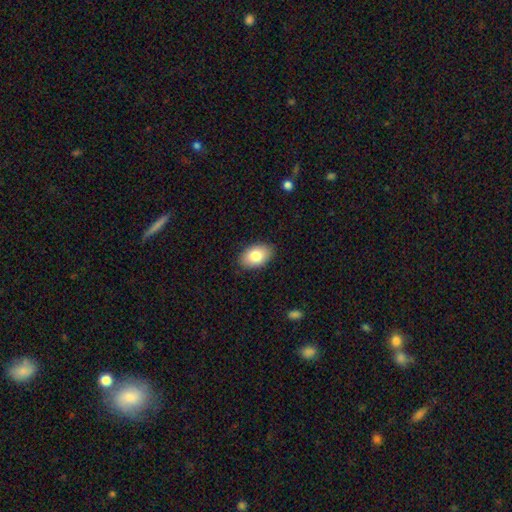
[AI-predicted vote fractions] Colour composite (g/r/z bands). It shows a smooth galaxy with no disk features (82%) that is in between round and cigar-shaped (91%). Merging: none (87%).